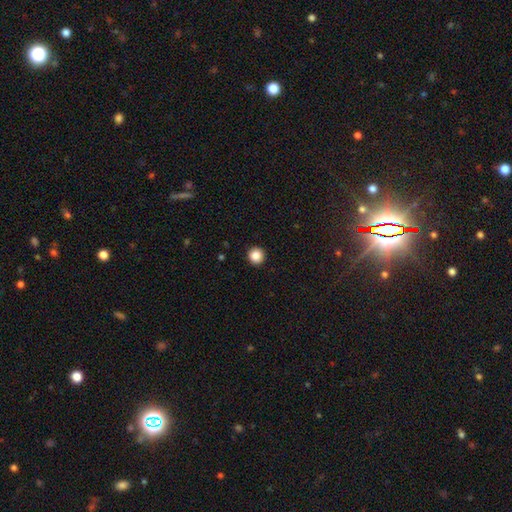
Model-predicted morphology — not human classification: Q: Smooth or featured?
A: smooth (86%); runner-up: star or artifact (10%)
Q: How rounded?
A: round (96%); runner-up: in between (3%)
Q: Merging?
A: none (93%); runner-up: minor disturbance (4%)